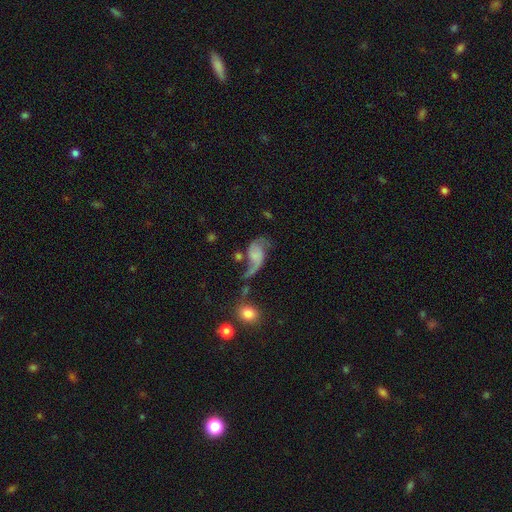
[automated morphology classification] This appears to be a featured or disk galaxy (71%) with no bar (65%), 2 (77%) loose (80%) spiral arms (89%) and no central bulge (45%). Merging: major disturbance (37%).